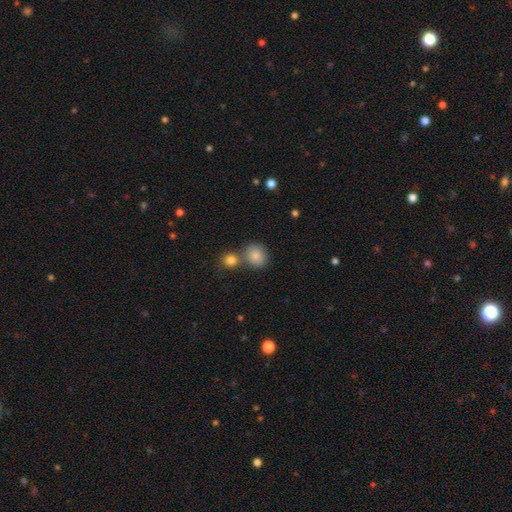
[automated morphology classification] This appears to be a smooth galaxy with no disk features (85%) that is round (79%). Merging: none (57%).